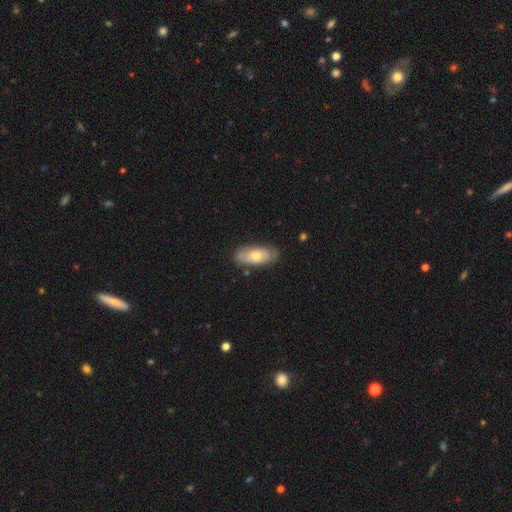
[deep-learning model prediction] The model was most divided on "smooth or featured": smooth: 59%, featured or disk: 35%, star or artifact: 6%. More confident: how rounded — in between (87%); merging — none (78%).